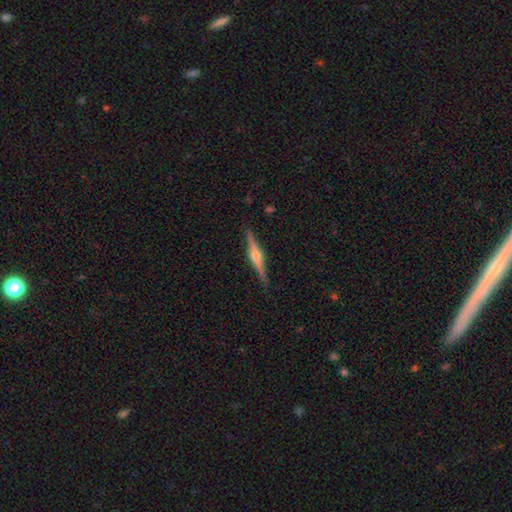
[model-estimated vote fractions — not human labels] The model was most divided on "smooth or featured": featured or disk: 81%, smooth: 13%, star or artifact: 6%. More confident: edge-on disk — yes (98%); edge-on bulge — rounded (91%); merging — none (89%).